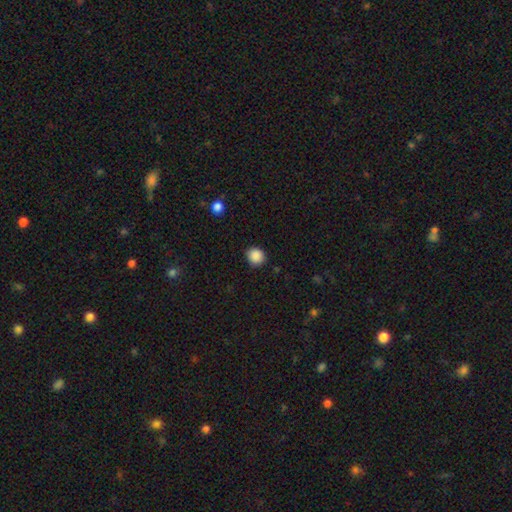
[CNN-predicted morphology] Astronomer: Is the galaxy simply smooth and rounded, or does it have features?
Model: smooth — 88%.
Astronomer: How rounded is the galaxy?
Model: round — 87%.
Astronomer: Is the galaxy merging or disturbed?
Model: none — 88%.